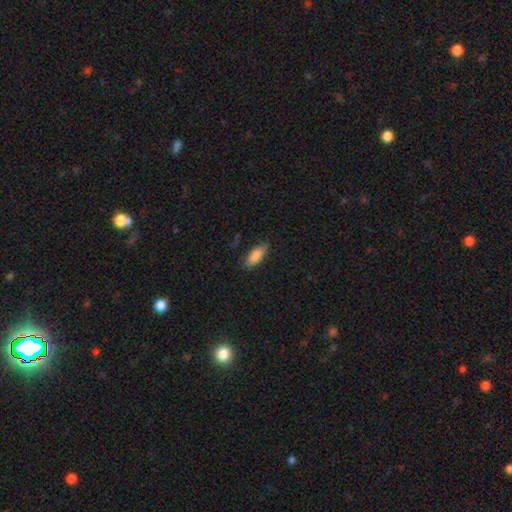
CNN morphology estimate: type=smooth (87%); roundness=in between (78%); merging=none (82%).